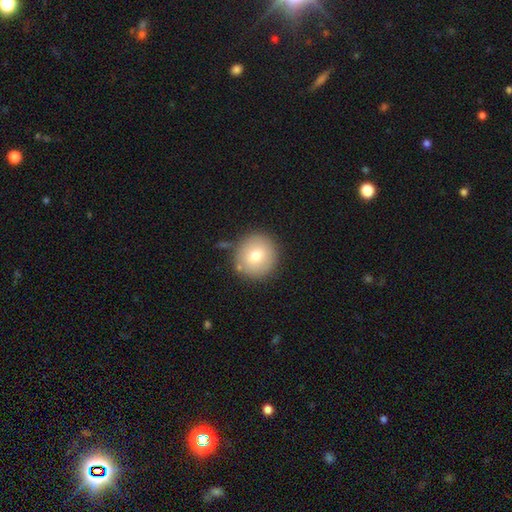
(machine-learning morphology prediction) This appears to be a smooth galaxy with no disk features (75%) that is round (94%). Merging: none (85%).